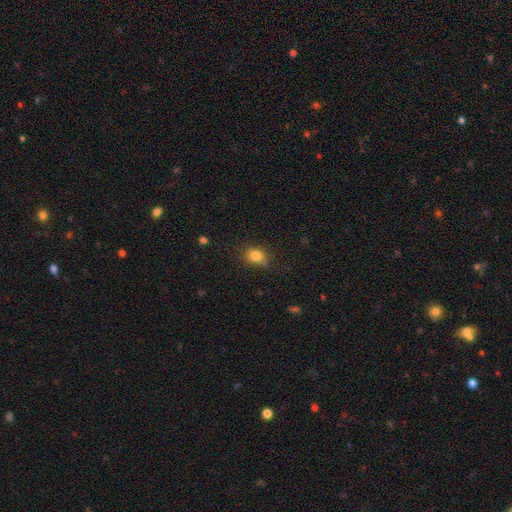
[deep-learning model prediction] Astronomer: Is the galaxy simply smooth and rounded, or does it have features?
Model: smooth — 82%.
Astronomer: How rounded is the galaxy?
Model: in between — 53% (runner-up: round, 45%).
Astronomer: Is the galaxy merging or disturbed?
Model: none — 67%.